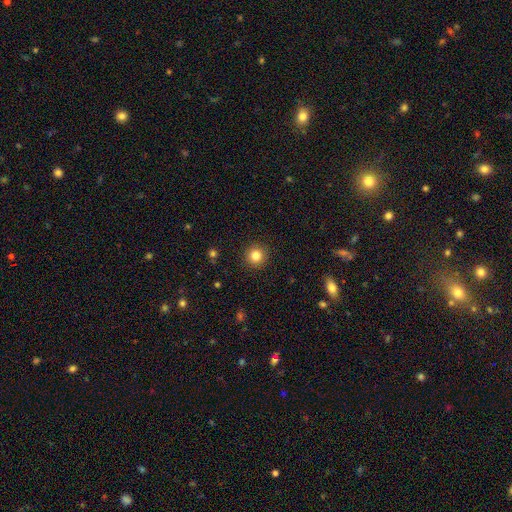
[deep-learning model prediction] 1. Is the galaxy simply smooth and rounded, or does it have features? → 83% smooth, 12% star or artifact, 6% featured or disk.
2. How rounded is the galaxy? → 95% round, 4% in between, 1% cigar-shaped.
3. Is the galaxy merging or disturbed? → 92% none, 5% minor disturbance, 2% major disturbance, 1% merger.